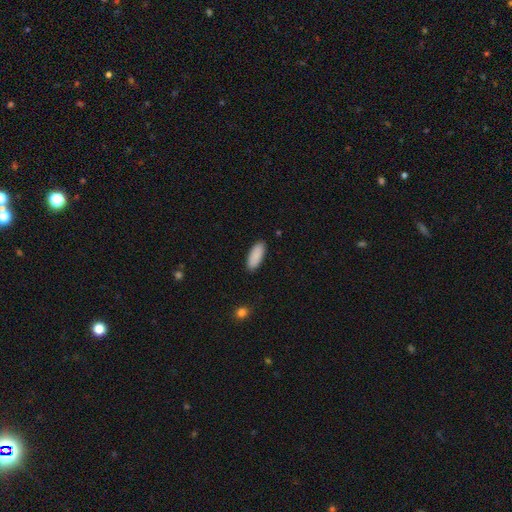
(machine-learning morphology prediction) type=smooth (90%); roundness=in between (78%); merging=none (89%).